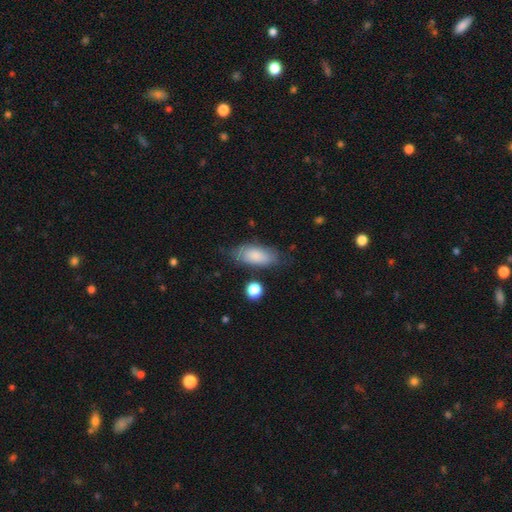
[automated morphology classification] The model was most divided on "merging": none: 73%, minor disturbance: 19%, major disturbance: 5%, merger: 3%. More confident: how rounded — in between (84%); smooth or featured — smooth (82%).